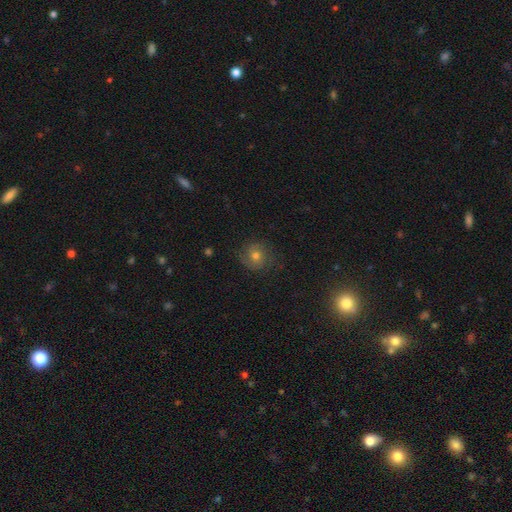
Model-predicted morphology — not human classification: smooth_or_featured: smooth (p=0.52) [alt: featured or disk p=0.35]
how_rounded: round (p=0.85) [alt: in between p=0.14]
merging: none (p=0.73) [alt: minor disturbance p=0.18]